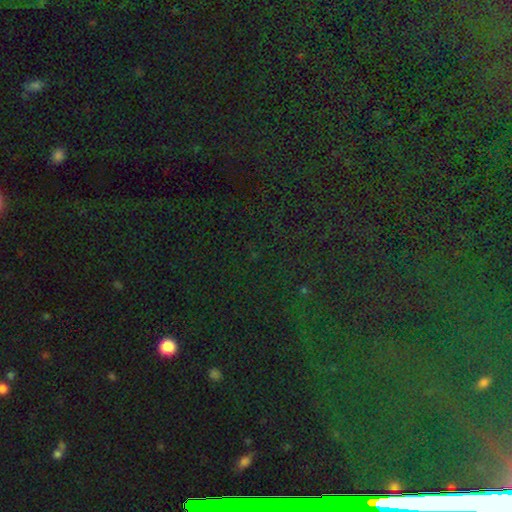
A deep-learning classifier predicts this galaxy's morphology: star or artifact 83%, smooth 10%, featured or disk 7%.